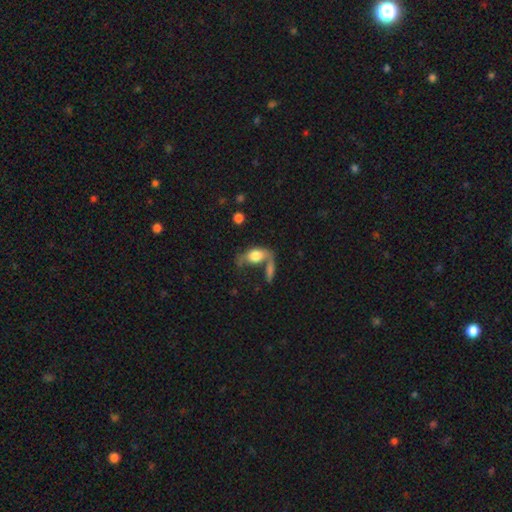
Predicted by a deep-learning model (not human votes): Smooth or featured?
  - smooth: 67% *
  - featured or disk: 25%
  - star or artifact: 8%
How rounded?
  - in between: 80% *
  - round: 13%
  - cigar-shaped: 7%
Merging?
  - merger: 40% *
  - none: 29%
  - major disturbance: 18%
  - minor disturbance: 14%